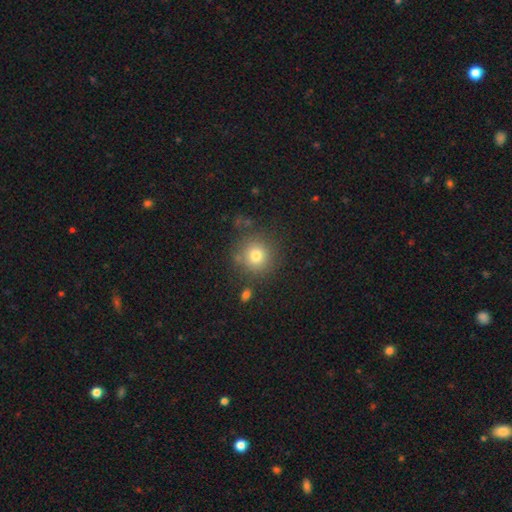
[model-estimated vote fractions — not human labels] A smooth galaxy with no disk features (77%) that is round (92%). Merging: none (80%).